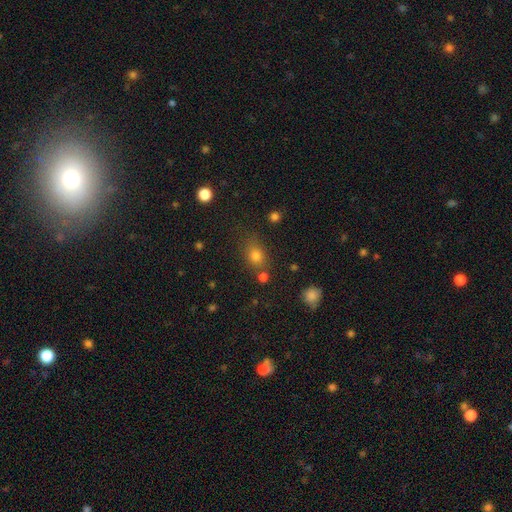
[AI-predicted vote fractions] Overall: smooth (76%). How rounded: in between (51%; round 47%). Merging: none (68%).